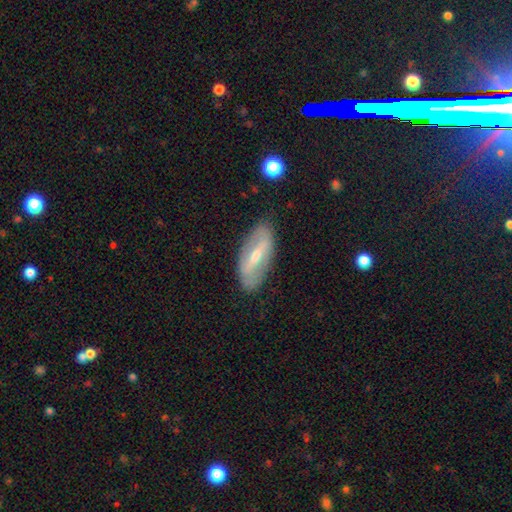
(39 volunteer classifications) featured or disk 77%, smooth 18%, star or artifact 5%. Down the decision tree: edge-on disk — no (90%); bar — strong (48%); spiral arms — no (67%); bulge size — moderate (59%); merging — none (84%).